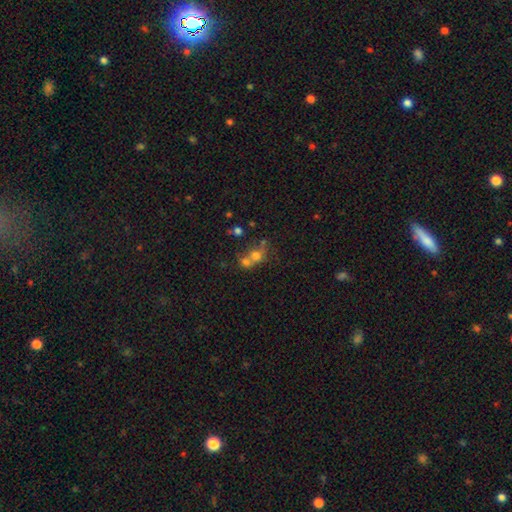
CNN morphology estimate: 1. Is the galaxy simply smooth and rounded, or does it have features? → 65% smooth, 19% featured or disk, 16% star or artifact.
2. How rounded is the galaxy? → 75% round, 23% in between, 1% cigar-shaped.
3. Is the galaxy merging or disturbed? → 57% merger, 31% none, 7% minor disturbance, 5% major disturbance.